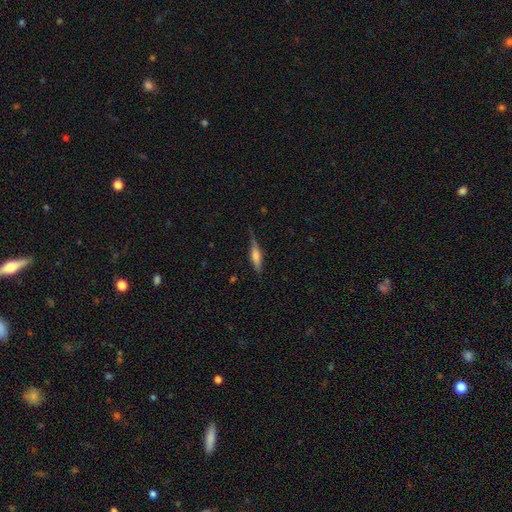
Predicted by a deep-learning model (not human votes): smooth_or_featured: smooth (p=0.52) [alt: featured or disk p=0.41]
how_rounded: cigar-shaped (p=0.74) [alt: in between p=0.24]
merging: none (p=0.68) [alt: minor disturbance p=0.24]